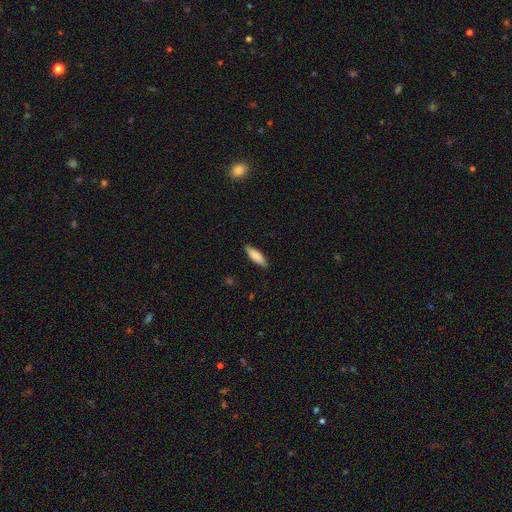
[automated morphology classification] This appears to be a smooth galaxy with no disk features (81%) that is cigar-shaped (52%). Merging: none (86%).